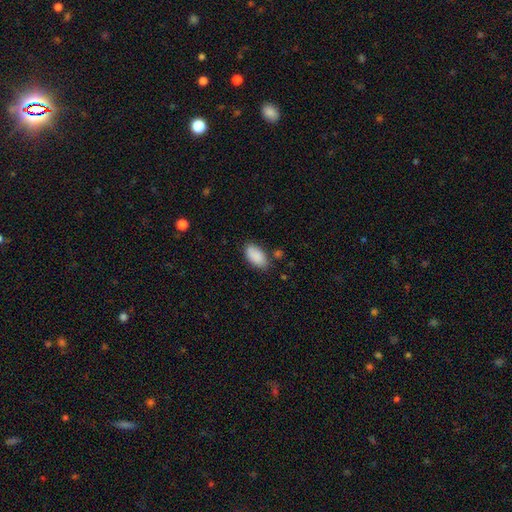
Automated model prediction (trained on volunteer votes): Morphology: type=smooth (89%); roundness=in between (94%); merging=none (74%).